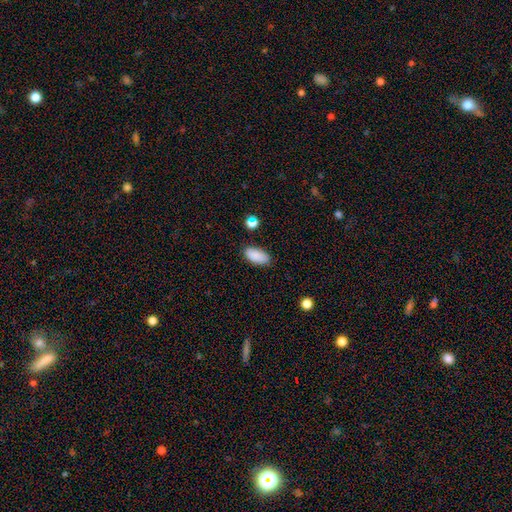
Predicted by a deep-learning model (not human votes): Q: Smooth or featured?
A: smooth (88%); runner-up: star or artifact (8%)
Q: How rounded?
A: in between (93%); runner-up: cigar-shaped (4%)
Q: Merging?
A: none (83%); runner-up: minor disturbance (13%)